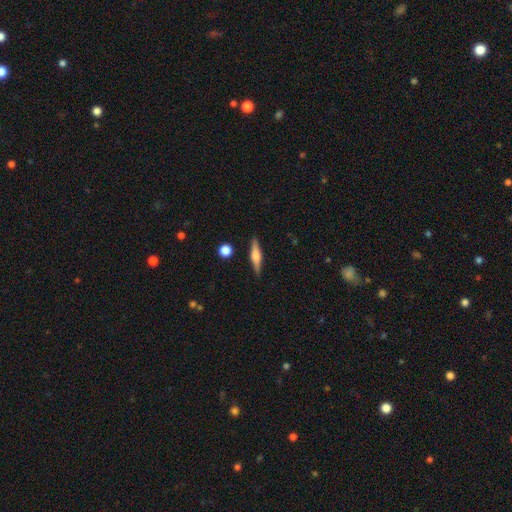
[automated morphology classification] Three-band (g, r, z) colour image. It shows a featured or disk galaxy (54%) viewed edge-on (97%) with a rounded central bulge (79%). Merging: none (88%).